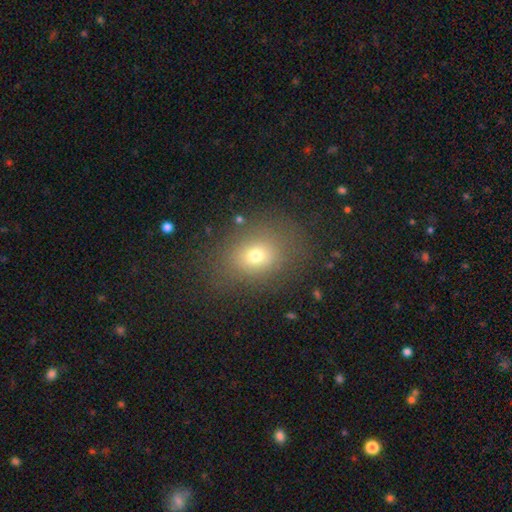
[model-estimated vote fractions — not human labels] A smooth galaxy with no disk features (70%) that is in between round and cigar-shaped (50%).

Vote fractions:
- Smooth or featured? smooth: 70% / star or artifact: 17% / featured or disk: 13%
- How rounded? in between: 50% / round: 49% / cigar-shaped: 1%
- Merging? none: 79% / minor disturbance: 12% / major disturbance: 7% / merger: 2%